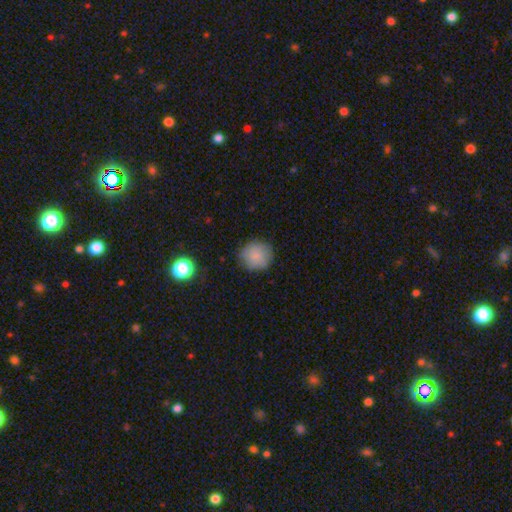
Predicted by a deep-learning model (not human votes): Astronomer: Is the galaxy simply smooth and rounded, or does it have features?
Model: smooth — 83%.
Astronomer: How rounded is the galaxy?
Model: round — 90%.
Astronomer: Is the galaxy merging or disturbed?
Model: none — 82%.